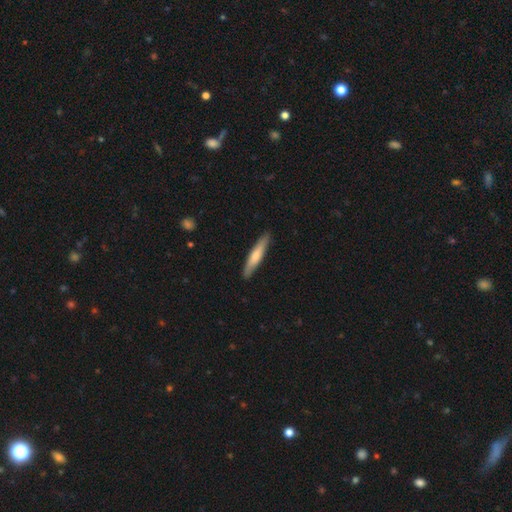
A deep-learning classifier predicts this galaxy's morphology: Smooth or featured: smooth — 65% (featured or disk — 30%)
How rounded: cigar-shaped — 89% (in between — 10%)
Merging: none — 89% (minor disturbance — 9%)